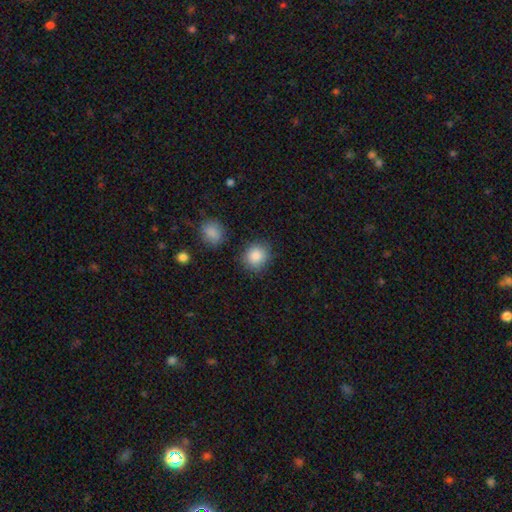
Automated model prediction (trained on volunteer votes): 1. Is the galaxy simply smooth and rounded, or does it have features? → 88% smooth, 8% star or artifact, 4% featured or disk.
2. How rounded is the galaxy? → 81% round, 18% in between, 1% cigar-shaped.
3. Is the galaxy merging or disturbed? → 83% none, 11% minor disturbance, 4% merger, 3% major disturbance.